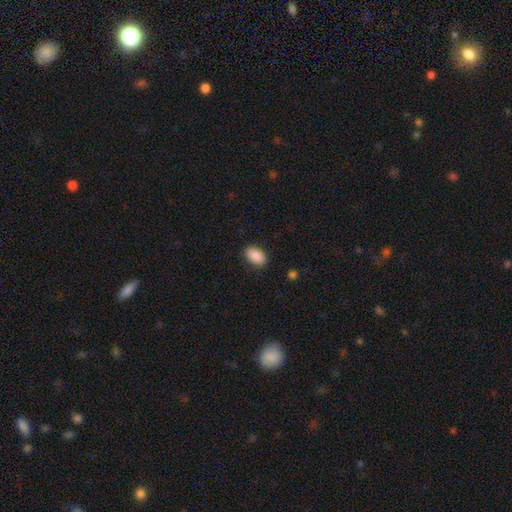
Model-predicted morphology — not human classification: A smooth galaxy with no disk features (87%) that is in between round and cigar-shaped (89%). Merging: none (86%).